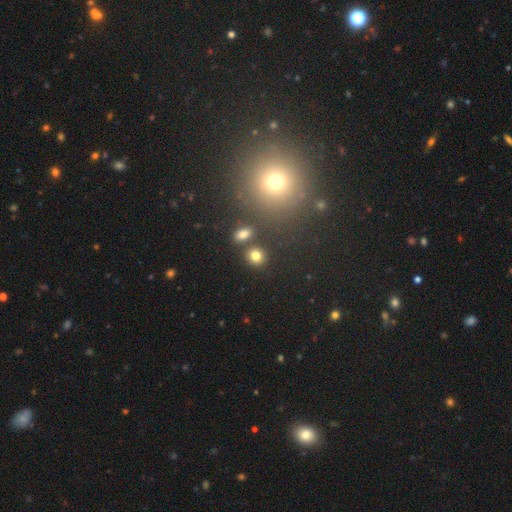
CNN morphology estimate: smooth_or_featured: smooth (p=0.79) [alt: star or artifact p=0.13]
how_rounded: round (p=0.75) [alt: in between p=0.24]
merging: none (p=0.77) [alt: merger p=0.11]